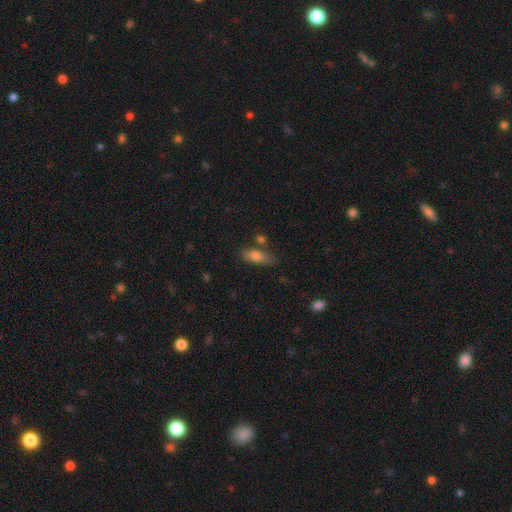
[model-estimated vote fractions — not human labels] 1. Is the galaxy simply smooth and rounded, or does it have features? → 78% smooth, 14% featured or disk, 8% star or artifact.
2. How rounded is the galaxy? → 72% in between, 24% cigar-shaped, 3% round.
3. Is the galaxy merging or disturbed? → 63% none, 20% minor disturbance, 11% merger, 5% major disturbance.